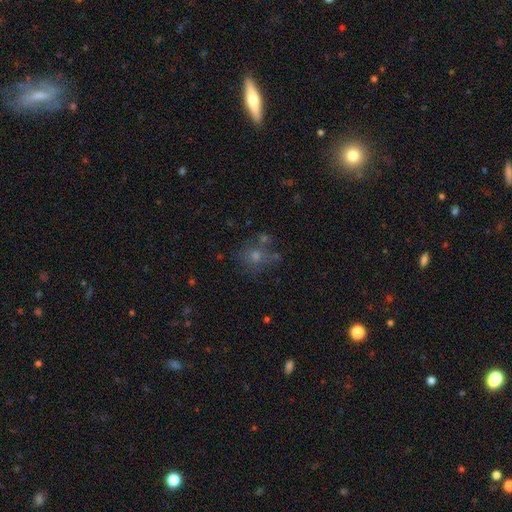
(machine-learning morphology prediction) This appears to be a smooth galaxy with no disk features (51%) that is round (81%). Merging: none (66%).